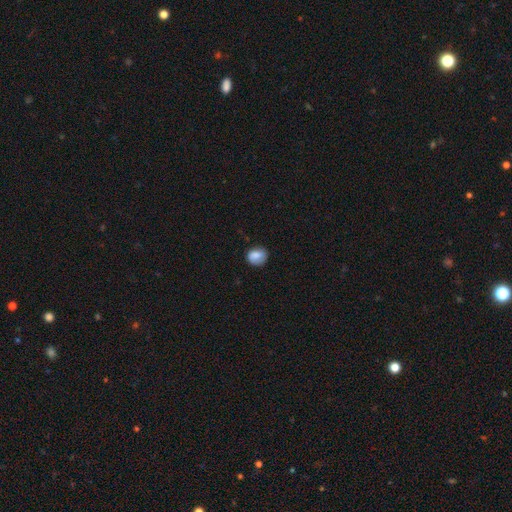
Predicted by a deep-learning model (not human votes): Overall: smooth (79%). How rounded: round (70%). Merging: none (76%).